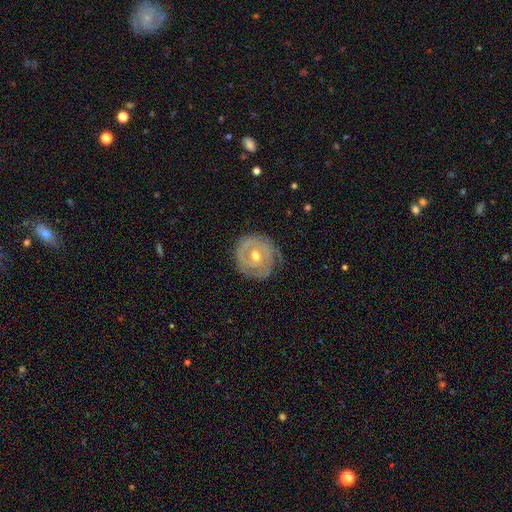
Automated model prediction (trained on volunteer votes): This appears to be a featured or disk galaxy (83%) with no bar (57%), 2 (34%) tight (77%) spiral arms (90%) and a moderate central bulge (69%). Merging: none (76%).